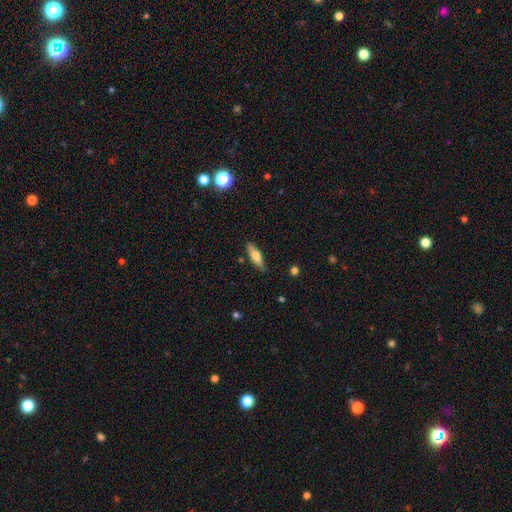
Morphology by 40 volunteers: A smooth galaxy with no disk features (70%) that is cigar-shaped (54%). Merging: none (74%).